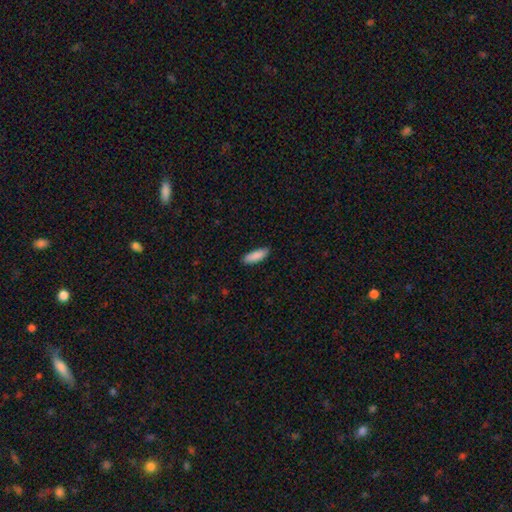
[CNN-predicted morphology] smooth 89%, star or artifact 6%, featured or disk 5%. Down the decision tree: how rounded — in between (58%); merging — none (85%).